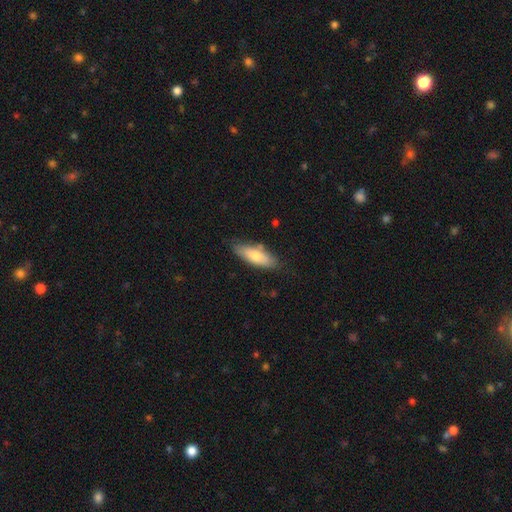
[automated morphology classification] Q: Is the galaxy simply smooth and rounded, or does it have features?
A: smooth — 69%.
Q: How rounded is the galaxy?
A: in between — 63%.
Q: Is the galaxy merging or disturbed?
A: none — 76%.